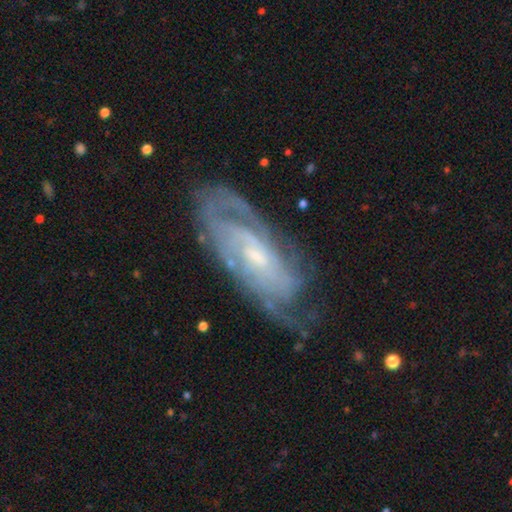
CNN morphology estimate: smooth_or_featured: featured or disk (p=0.83) [alt: smooth p=0.11]
disk_edge_on: no (p=0.90) [alt: yes p=0.10]
bar: no (p=0.58) [alt: weak p=0.34]
has_spiral_arms: yes (p=0.93) [alt: no p=0.07]
spiral_winding: tight (p=0.63) [alt: medium p=0.30]
spiral_arm_count: can't tell (p=0.44) [alt: 2 p=0.24]
bulge_size: small (p=0.65) [alt: moderate p=0.27]
merging: none (p=0.69) [alt: minor disturbance p=0.21]